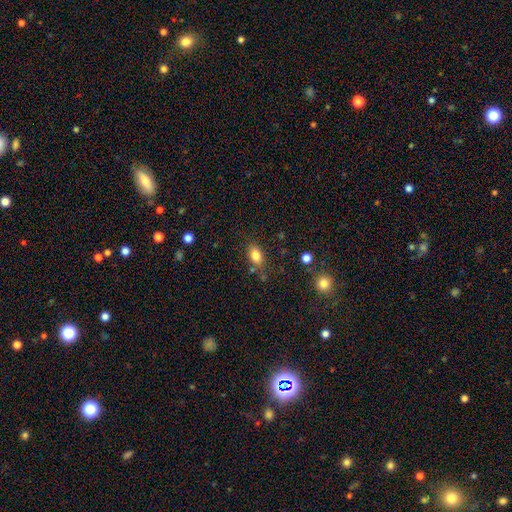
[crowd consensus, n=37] Smooth or featured: smooth — 84% (featured or disk — 11%)
How rounded: in between — 90% (round — 6%)
Merging: none — 69% (minor disturbance — 17%)